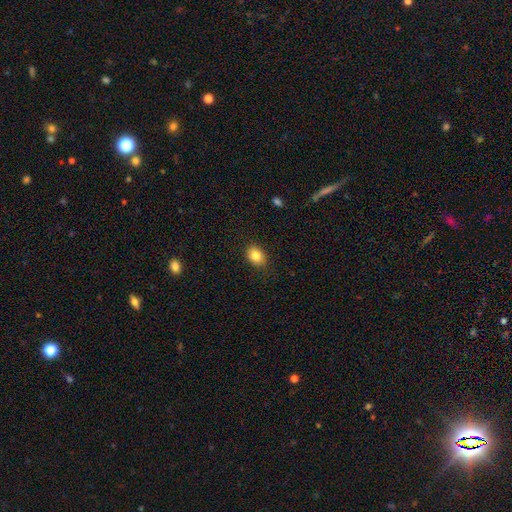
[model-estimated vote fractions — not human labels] Q: Smooth or featured?
A: smooth (83%); runner-up: star or artifact (9%)
Q: How rounded?
A: in between (63%); runner-up: round (36%)
Q: Merging?
A: none (85%); runner-up: minor disturbance (12%)